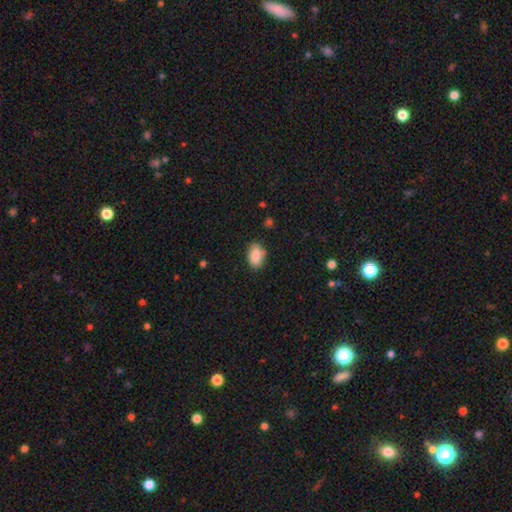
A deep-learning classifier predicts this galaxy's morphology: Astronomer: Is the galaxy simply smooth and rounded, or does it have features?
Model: smooth — 85%.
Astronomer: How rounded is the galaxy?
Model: in between — 88%.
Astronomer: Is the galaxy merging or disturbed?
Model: none — 74%.